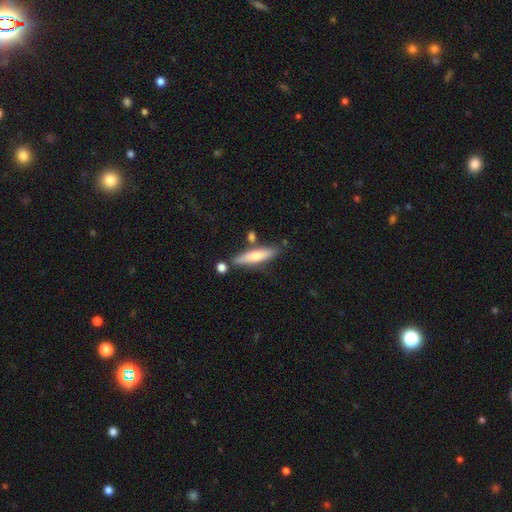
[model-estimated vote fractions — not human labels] Q: Smooth or featured?
A: smooth (59%); runner-up: featured or disk (35%)
Q: How rounded?
A: cigar-shaped (79%); runner-up: in between (20%)
Q: Merging?
A: none (75%); runner-up: minor disturbance (14%)